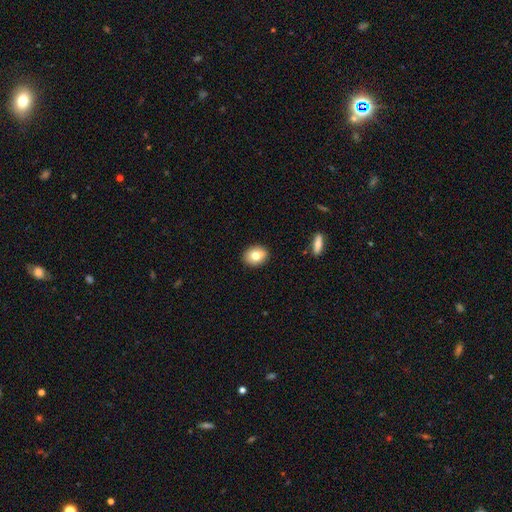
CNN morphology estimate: Q: Smooth or featured?
A: smooth (76%); runner-up: featured or disk (15%)
Q: How rounded?
A: round (53%); runner-up: in between (46%)
Q: Merging?
A: none (88%); runner-up: minor disturbance (8%)